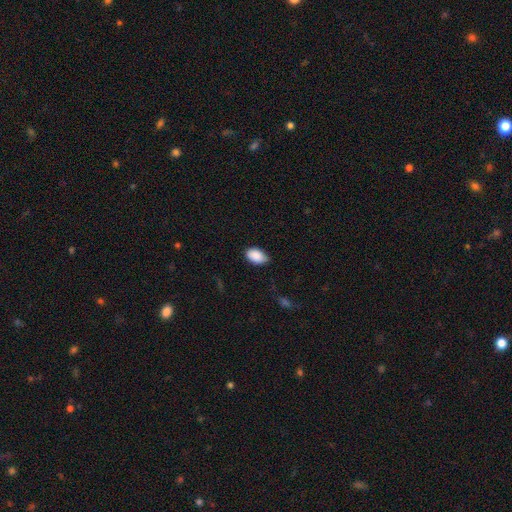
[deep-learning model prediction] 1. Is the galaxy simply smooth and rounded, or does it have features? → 89% smooth, 7% star or artifact, 4% featured or disk.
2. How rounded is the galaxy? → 91% in between, 8% round, 1% cigar-shaped.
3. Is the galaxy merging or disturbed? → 71% none, 24% minor disturbance, 4% major disturbance, 1% merger.